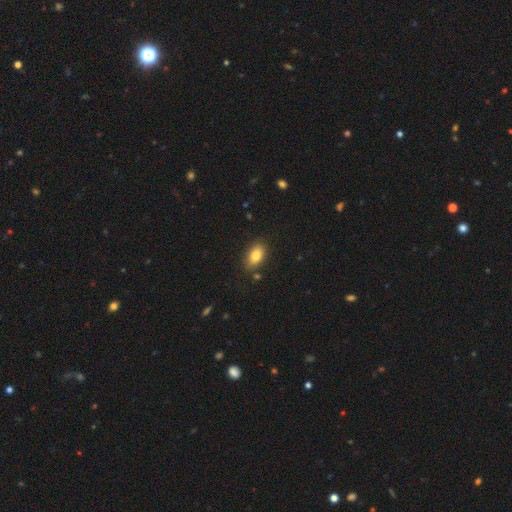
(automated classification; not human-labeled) A smooth galaxy with no disk features (83%) that is in between round and cigar-shaped (90%). Merging: none (81%).